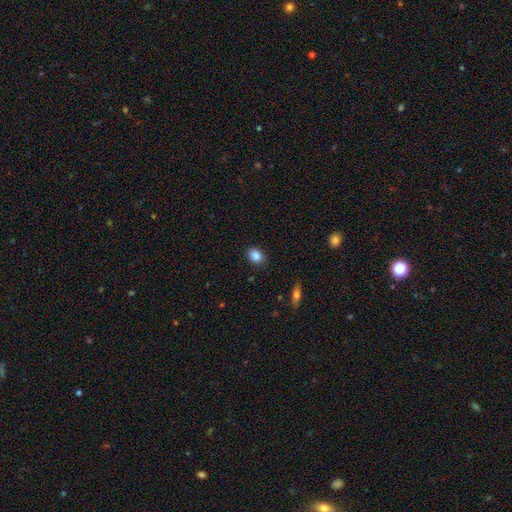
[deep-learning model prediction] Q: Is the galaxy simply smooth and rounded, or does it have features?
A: smooth — 87%.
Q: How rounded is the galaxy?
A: in between — 59%.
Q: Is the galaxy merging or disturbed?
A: none — 88%.